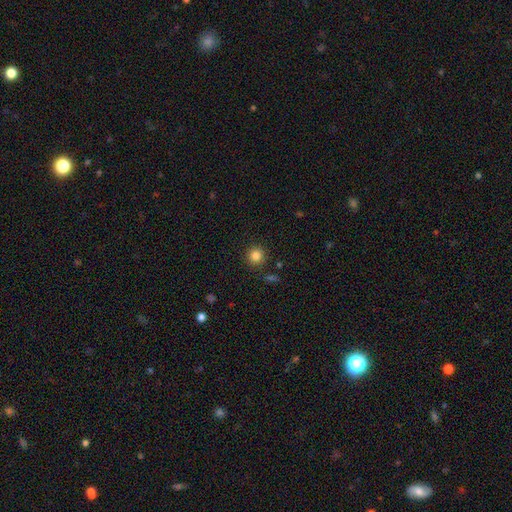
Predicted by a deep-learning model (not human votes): This is clearly a smooth galaxy (84%). How rounded: clearly round (94%). Merging: clearly none (90%).